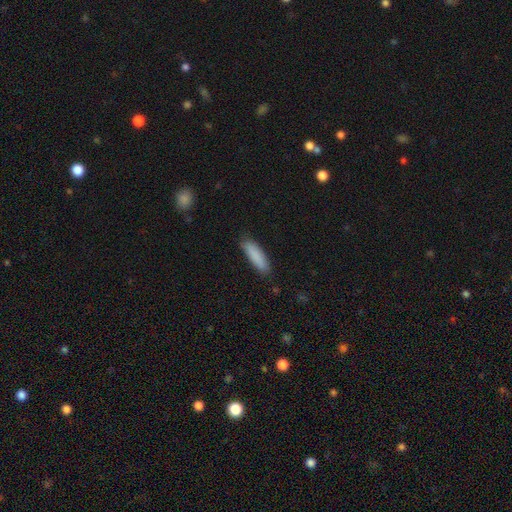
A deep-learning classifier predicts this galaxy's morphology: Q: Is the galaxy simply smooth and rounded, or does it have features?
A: smooth — 88%.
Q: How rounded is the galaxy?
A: cigar-shaped — 63%.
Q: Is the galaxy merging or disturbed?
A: none — 85%.